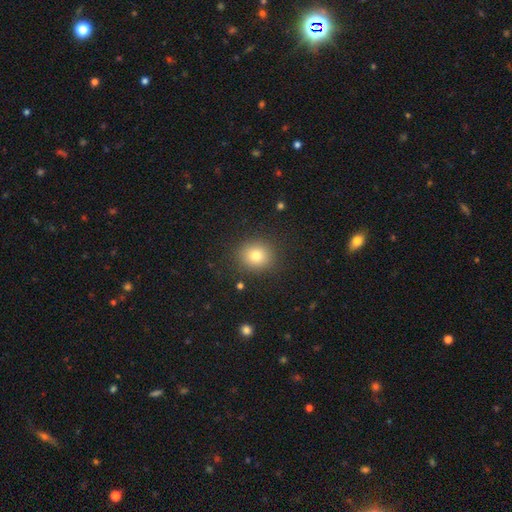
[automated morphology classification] Smooth or featured? Predicted: smooth (p=0.78). How rounded? Predicted: round (p=0.83). Merging? Predicted: none (p=0.88).